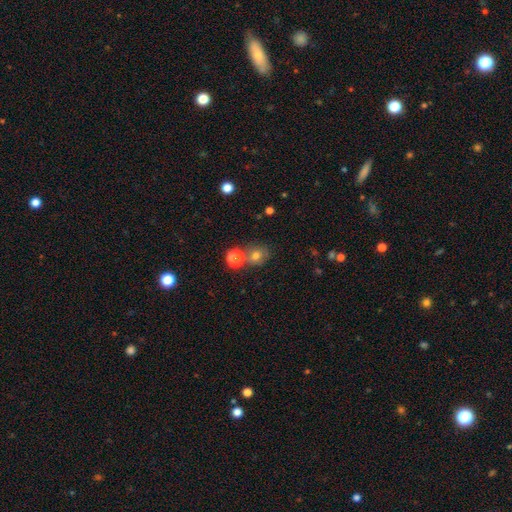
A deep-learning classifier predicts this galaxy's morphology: This appears to be a smooth galaxy with no disk features (68%) that is round (74%). Merging: none (64%).